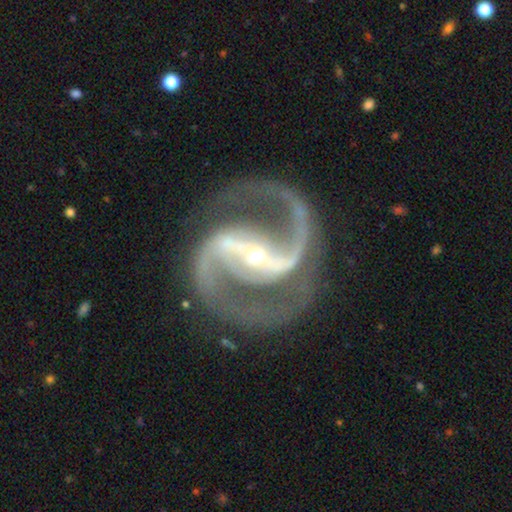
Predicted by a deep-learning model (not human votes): Smooth or featured?
  - featured or disk: 94% *
  - star or artifact: 5%
  - smooth: 2%
Edge-on disk?
  - no: 98% *
  - yes: 2%
Bar?
  - strong: 70% *
  - weak: 21%
  - no: 9%
Spiral arms?
  - yes: 99% *
  - no: 1%
Spiral winding?
  - medium: 69% *
  - tight: 17%
  - loose: 15%
Spiral arm count?
  - 2: 94% *
  - 3: 1%
  - can't tell: 1%
  - 1: 1%
  - 4: 1%
  - more than 4: 1%
Bulge size?
  - small: 70% *
  - moderate: 27%
  - large: 2%
  - none: 1%
  - dominant: 1%
Merging?
  - none: 83% *
  - minor disturbance: 10%
  - major disturbance: 5%
  - merger: 1%